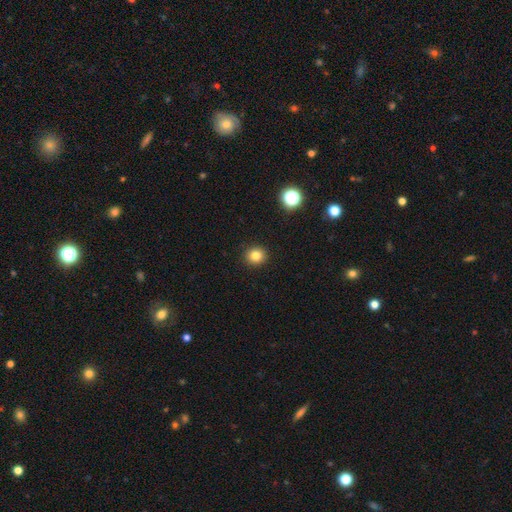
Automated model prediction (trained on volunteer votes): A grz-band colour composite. It shows a smooth galaxy with no disk features (82%) that is round (86%). Merging: none (92%).